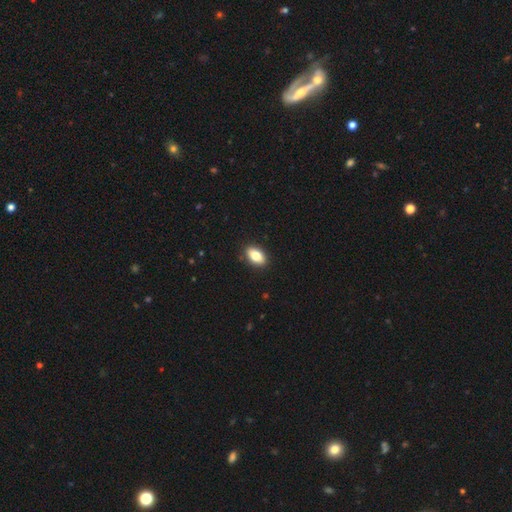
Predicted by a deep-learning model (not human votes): Q: Smooth or featured?
A: smooth (79%); runner-up: featured or disk (13%)
Q: How rounded?
A: in between (89%); runner-up: round (7%)
Q: Merging?
A: none (90%); runner-up: minor disturbance (8%)